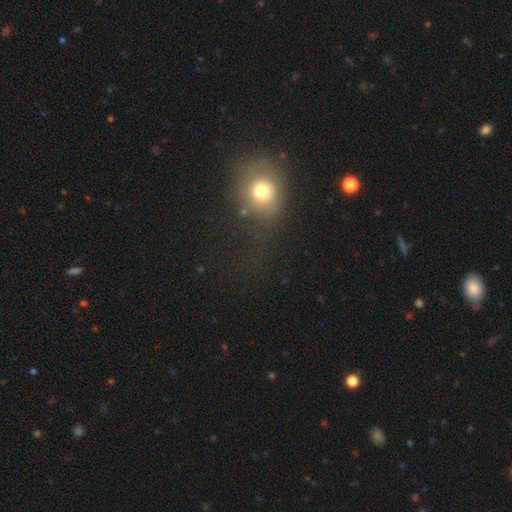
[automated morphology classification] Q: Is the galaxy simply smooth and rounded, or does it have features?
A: smooth — 57%.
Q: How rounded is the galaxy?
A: round — 76%.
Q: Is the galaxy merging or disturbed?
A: none — 53%.